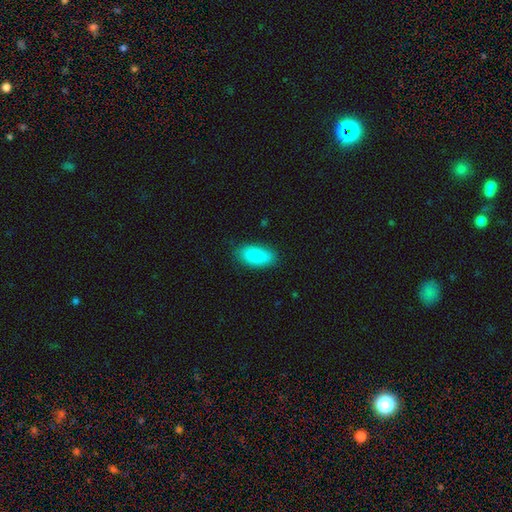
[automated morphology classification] A smooth galaxy with no disk features (85%) that is in between round and cigar-shaped (92%). Merging: none (83%).